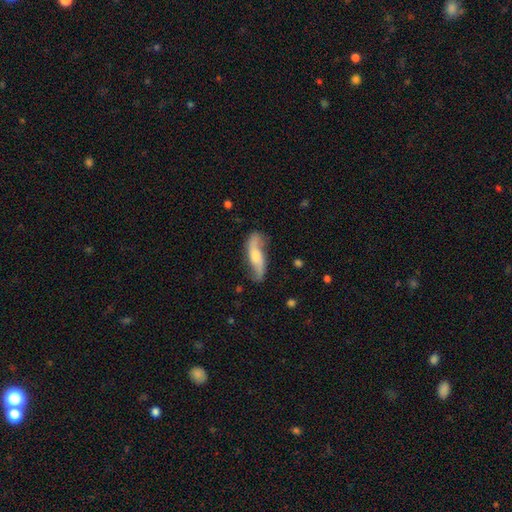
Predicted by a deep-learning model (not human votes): Smooth or featured?
  - featured or disk: 66% *
  - smooth: 28%
  - star or artifact: 6%
Edge-on disk?
  - no: 78% *
  - yes: 22%
Bar?
  - no: 59% *
  - weak: 30%
  - strong: 11%
Spiral arms?
  - yes: 91% *
  - no: 9%
Bulge size?
  - moderate: 51% *
  - small: 32%
  - large: 9%
  - none: 6%
  - dominant: 2%
Merging?
  - none: 70% *
  - minor disturbance: 21%
  - major disturbance: 7%
  - merger: 3%